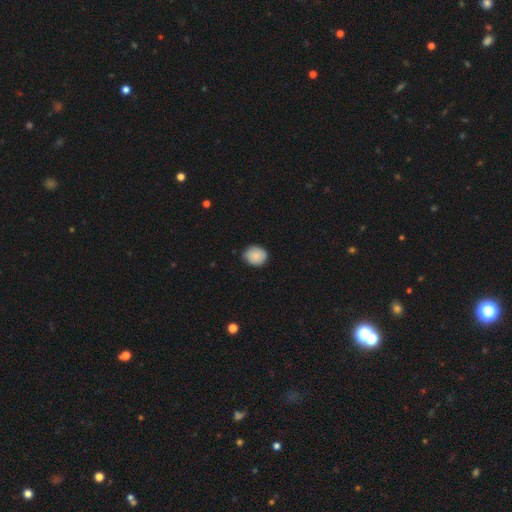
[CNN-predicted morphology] This appears to be a smooth galaxy with no disk features (83%) that is round (68%). Merging: none (75%).